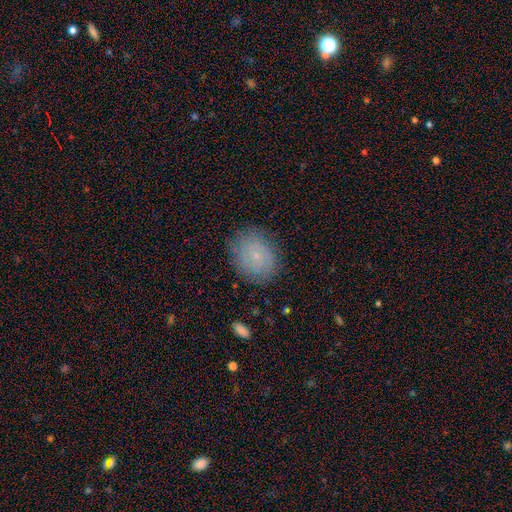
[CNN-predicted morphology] A featured or disk galaxy (45%, tied with smooth). Merging: none (80%).